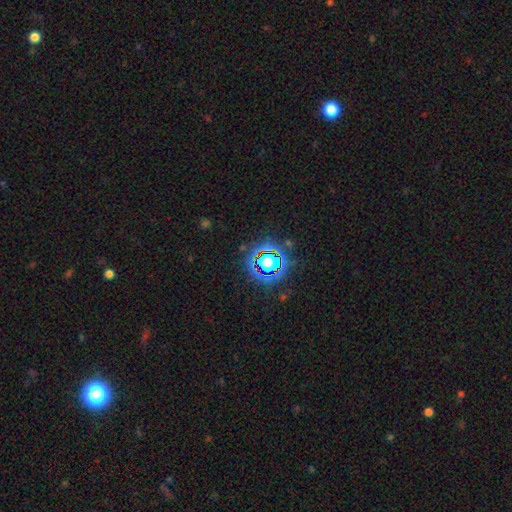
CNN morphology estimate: type=star or artifact (80%).